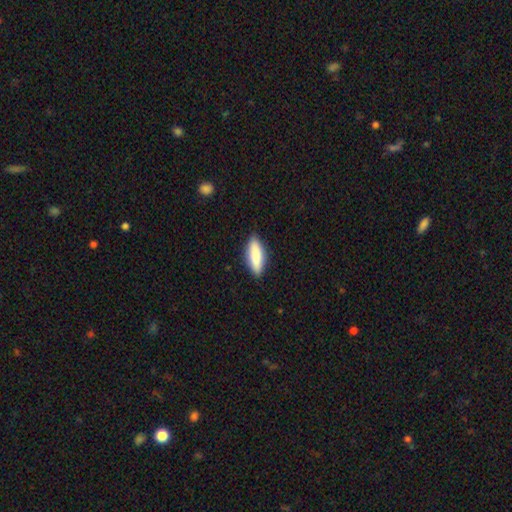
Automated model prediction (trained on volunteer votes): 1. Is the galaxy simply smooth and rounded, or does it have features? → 83% smooth, 11% featured or disk, 6% star or artifact.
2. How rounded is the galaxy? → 52% in between, 46% cigar-shaped, 2% round.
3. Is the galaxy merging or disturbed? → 88% none, 9% minor disturbance, 2% major disturbance, 1% merger.